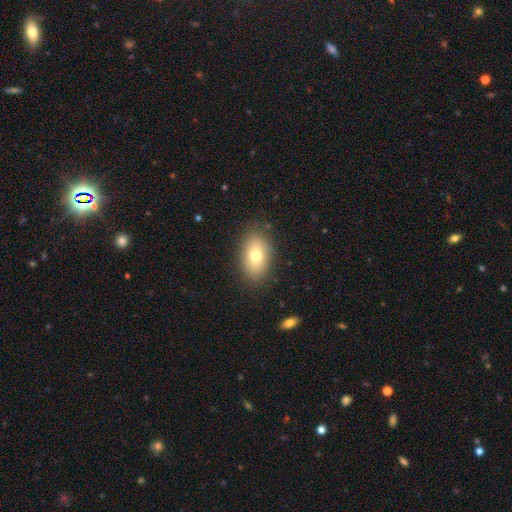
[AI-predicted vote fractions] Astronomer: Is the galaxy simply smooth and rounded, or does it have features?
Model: smooth — 73%.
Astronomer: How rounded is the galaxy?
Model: in between — 89%.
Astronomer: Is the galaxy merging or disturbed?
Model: none — 84%.